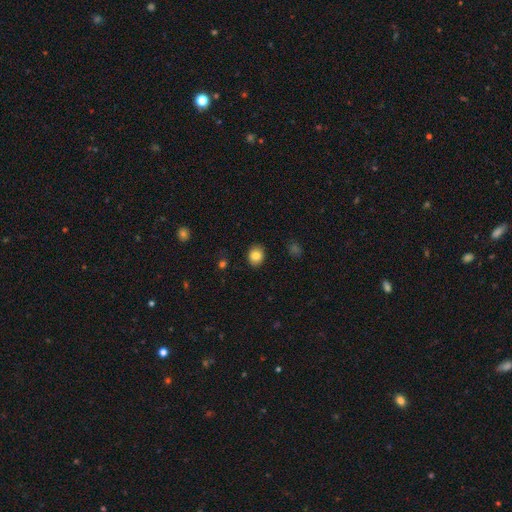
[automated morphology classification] Smooth or featured?
  - smooth: 84% *
  - star or artifact: 9%
  - featured or disk: 7%
How rounded?
  - round: 61% *
  - in between: 38%
  - cigar-shaped: 1%
Merging?
  - none: 89% *
  - minor disturbance: 8%
  - major disturbance: 2%
  - merger: 1%